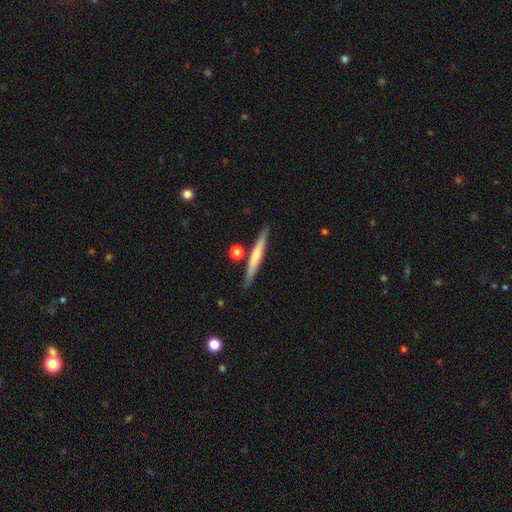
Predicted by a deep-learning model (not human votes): Smooth or featured? Predicted: smooth (p=0.49). Merging? Predicted: none (p=0.83).